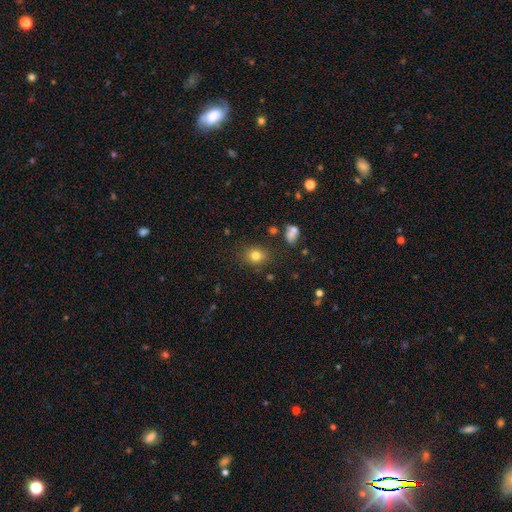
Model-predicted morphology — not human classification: smooth_or_featured: smooth (p=0.79) [alt: star or artifact p=0.13]
how_rounded: round (p=0.61) [alt: in between p=0.38]
merging: none (p=0.82) [alt: minor disturbance p=0.11]